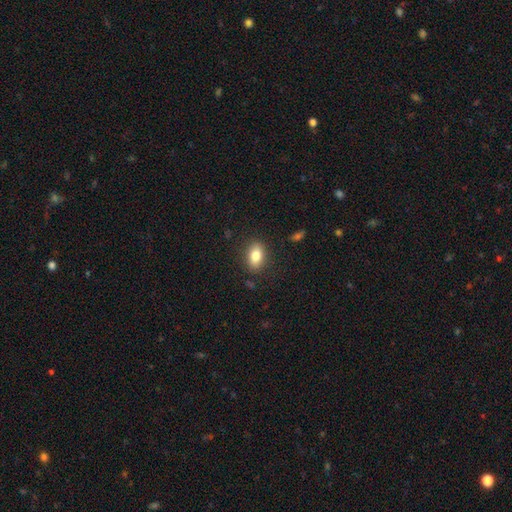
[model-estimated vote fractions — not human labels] Smooth or featured?
  - smooth: 81% *
  - featured or disk: 10%
  - star or artifact: 8%
How rounded?
  - in between: 85% *
  - round: 12%
  - cigar-shaped: 3%
Merging?
  - none: 86% *
  - minor disturbance: 10%
  - major disturbance: 3%
  - merger: 1%